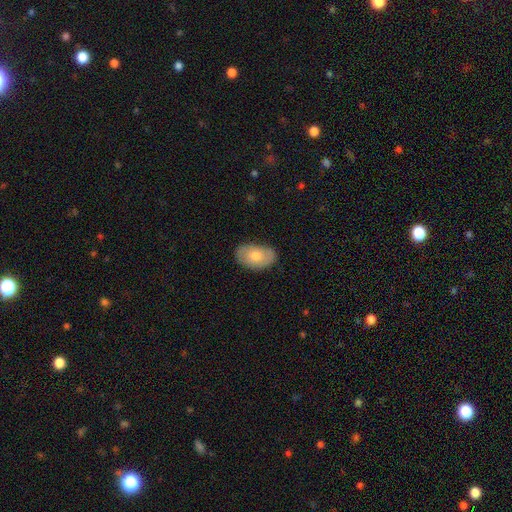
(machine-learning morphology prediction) A smooth galaxy with no disk features (67%) that is in between round and cigar-shaped (90%).

Vote fractions:
- Smooth or featured? smooth: 67% / featured or disk: 26% / star or artifact: 7%
- How rounded? in between: 90% / round: 8% / cigar-shaped: 1%
- Merging? none: 81% / minor disturbance: 15% / major disturbance: 3% / merger: 1%